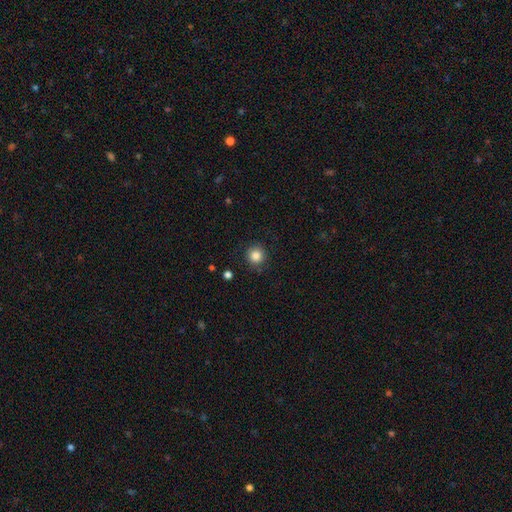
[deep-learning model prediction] Smooth or featured: smooth — 85% (star or artifact — 10%)
How rounded: round — 94% (in between — 5%)
Merging: none — 88% (minor disturbance — 8%)